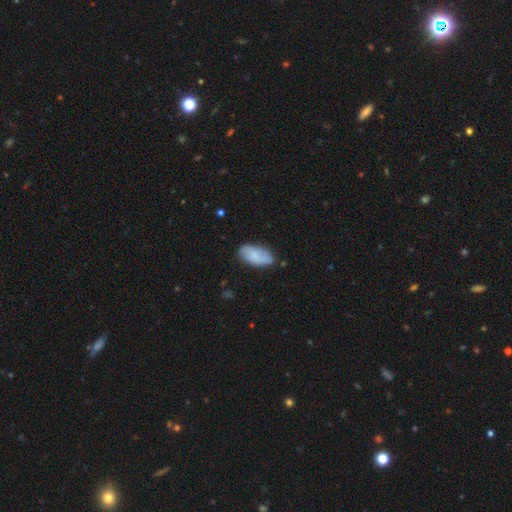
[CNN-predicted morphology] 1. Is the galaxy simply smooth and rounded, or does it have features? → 72% smooth, 21% featured or disk, 7% star or artifact.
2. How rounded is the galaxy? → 93% in between, 5% cigar-shaped, 2% round.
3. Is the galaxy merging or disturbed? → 71% none, 22% minor disturbance, 4% major disturbance, 2% merger.